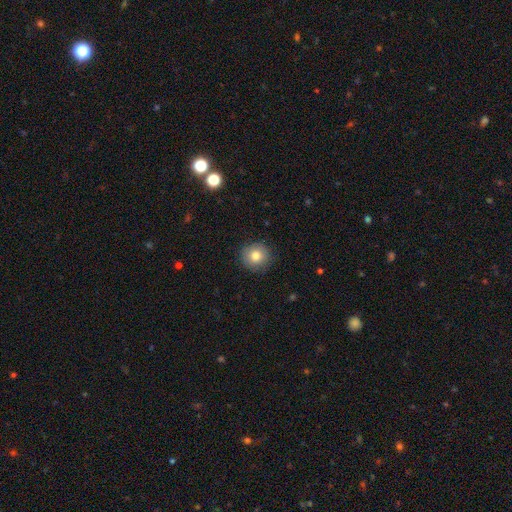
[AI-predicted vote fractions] smooth-or-featured: smooth: 81% | star or artifact: 10% | featured or disk: 9%
  how-rounded: round: 91% | in between: 8% | cigar-shaped: 1%
  merging: none: 89% | minor disturbance: 8% | major disturbance: 2% | merger: 1%